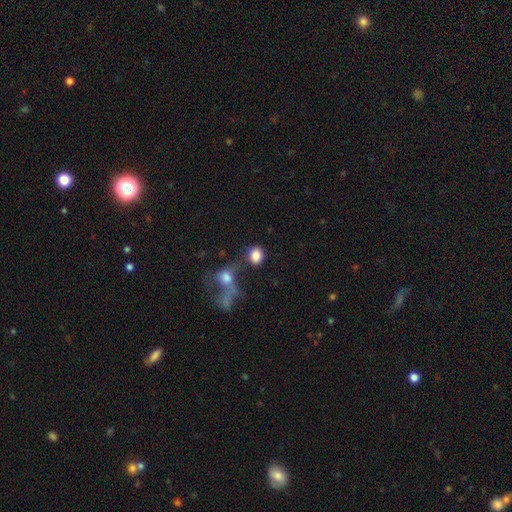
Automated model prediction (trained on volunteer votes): smooth_or_featured: smooth (p=0.84) [alt: star or artifact p=0.09]
how_rounded: round (p=0.66) [alt: in between p=0.33]
merging: none (p=0.49) [alt: merger p=0.27]